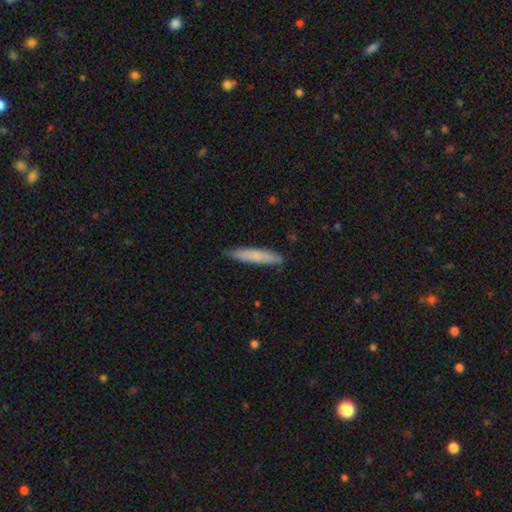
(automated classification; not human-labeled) Smooth or featured?
  - smooth: 75% *
  - featured or disk: 20%
  - star or artifact: 5%
How rounded?
  - cigar-shaped: 91% *
  - in between: 8%
  - round: 1%
Merging?
  - none: 86% *
  - minor disturbance: 11%
  - major disturbance: 2%
  - merger: 1%